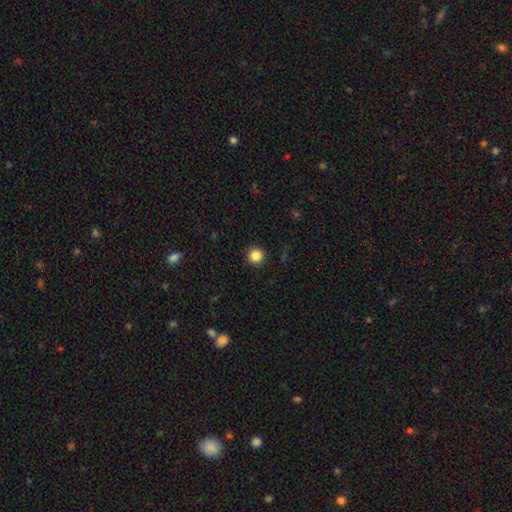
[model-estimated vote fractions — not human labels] This appears to be a smooth galaxy with no disk features (86%) that is round (96%). Merging: none (93%).